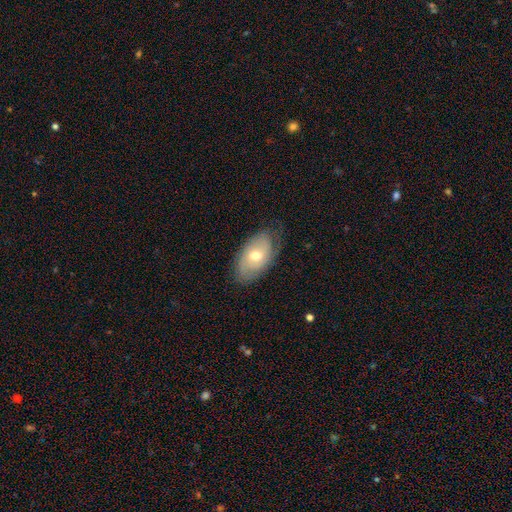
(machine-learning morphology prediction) This is possibly a smooth galaxy (48%). Merging: likely none (72%).